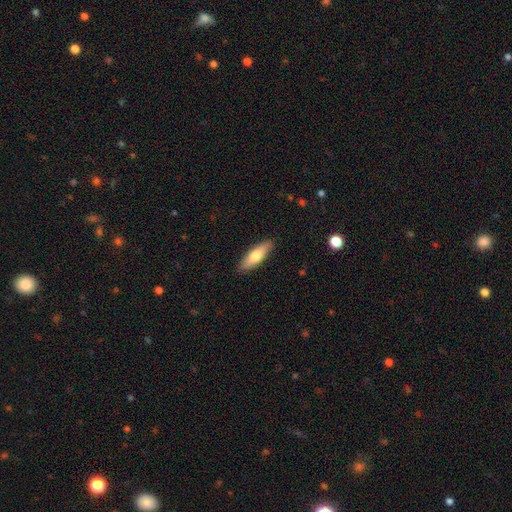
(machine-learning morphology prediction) Smooth or featured?
  - smooth: 68% *
  - featured or disk: 27%
  - star or artifact: 5%
How rounded?
  - in between: 51% *
  - cigar-shaped: 47%
  - round: 2%
Merging?
  - none: 89% *
  - minor disturbance: 8%
  - major disturbance: 2%
  - merger: 1%